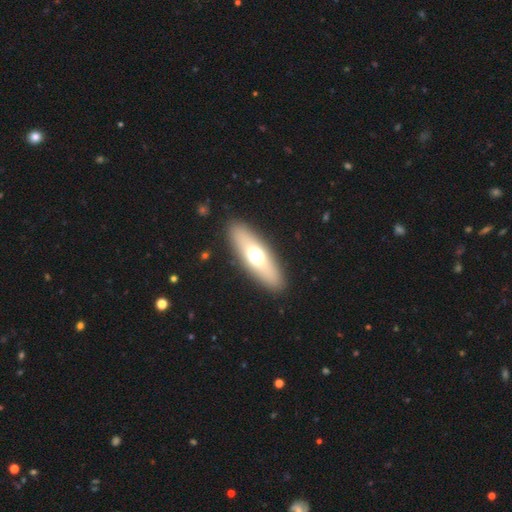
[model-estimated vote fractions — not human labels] This is possibly a smooth galaxy (57%). How rounded: possibly in between (54%). Merging: clearly none (89%).